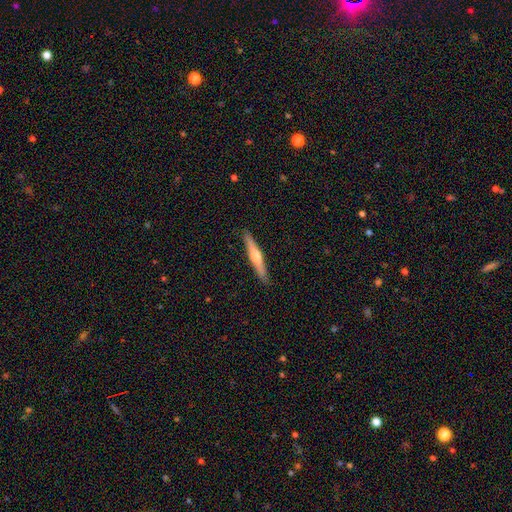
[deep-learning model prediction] Overall: featured or disk (60%; smooth 34%). Edge-on disk: yes (97%). Edge-on bulge: rounded (86%). Merging: none (91%).